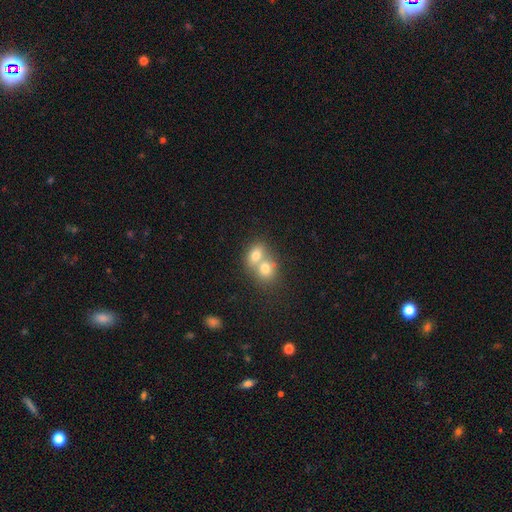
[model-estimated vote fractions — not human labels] The model was most divided on "how rounded": in between: 54%, round: 45%, cigar-shaped: 1%. More confident: smooth or featured — smooth (74%); merging — merger (70%).